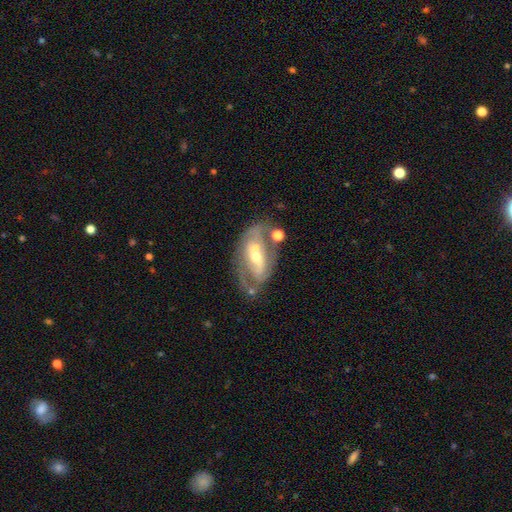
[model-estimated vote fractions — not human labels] Overall: featured or disk (79%). Edge-on disk: no (93%). Bar: strong (40%; weak 33%). Spiral arms: yes (75%). Spiral arm count: 2 (64%). Spiral winding: medium (42%; tight 37%). Bulge size: small (47%, tied with moderate). Merging: none (49%; minor disturbance 20%).